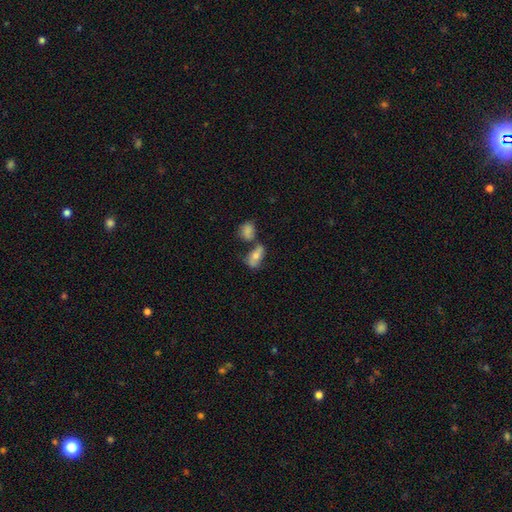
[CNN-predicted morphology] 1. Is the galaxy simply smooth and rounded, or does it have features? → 68% smooth, 23% featured or disk, 9% star or artifact.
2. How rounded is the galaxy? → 82% in between, 9% cigar-shaped, 9% round.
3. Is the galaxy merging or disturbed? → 40% none, 33% merger, 18% minor disturbance, 9% major disturbance.